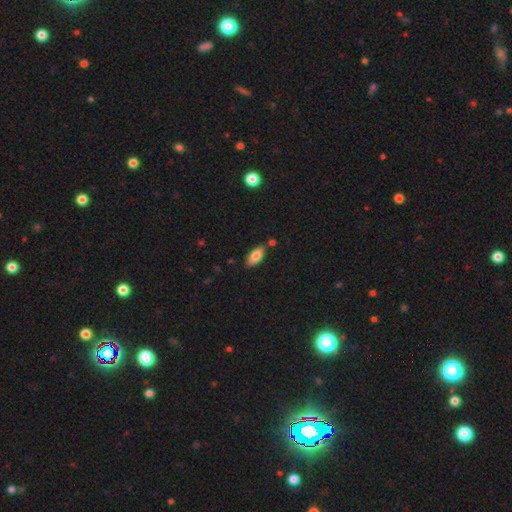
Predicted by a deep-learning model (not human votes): Smooth or featured? Predicted: smooth (p=0.82). How rounded? Predicted: in between (p=0.88). Merging? Predicted: none (p=0.81).